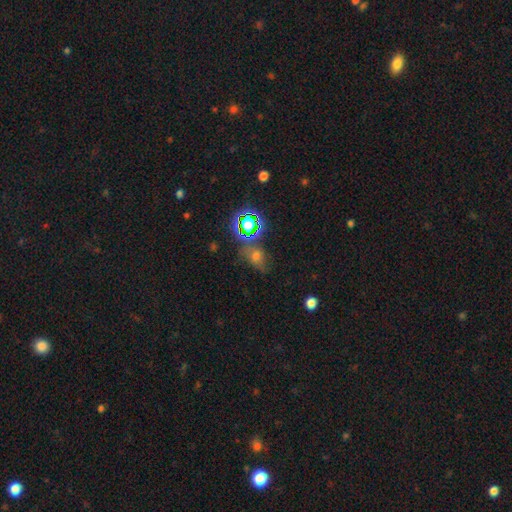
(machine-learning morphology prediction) This is marginally a smooth galaxy (43%). Merging: possibly none (59%).